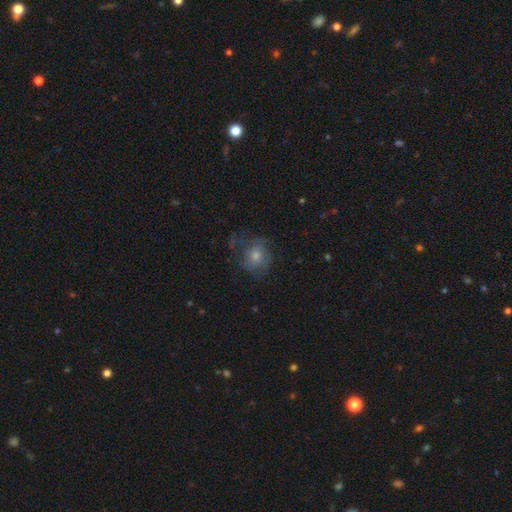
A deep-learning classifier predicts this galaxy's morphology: Smooth or featured?
  - smooth: 42% *
  - featured or disk: 41%
  - star or artifact: 17%
Merging?
  - none: 59% *
  - minor disturbance: 20%
  - major disturbance: 19%
  - merger: 2%